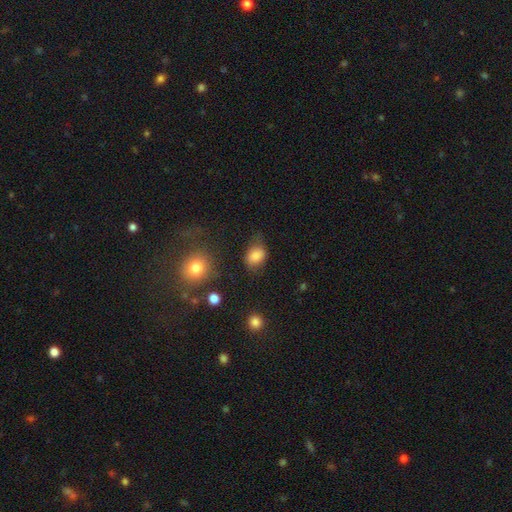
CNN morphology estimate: Smooth or featured?
  - smooth: 83% *
  - star or artifact: 10%
  - featured or disk: 7%
How rounded?
  - in between: 63% *
  - round: 36%
  - cigar-shaped: 1%
Merging?
  - none: 61% *
  - minor disturbance: 27%
  - major disturbance: 9%
  - merger: 3%